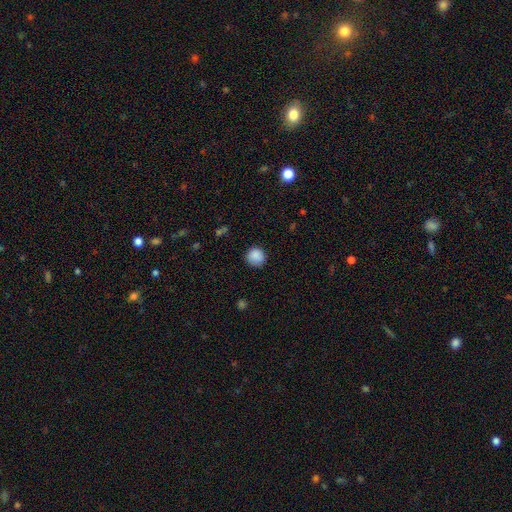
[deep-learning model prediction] Overall: smooth (88%). How rounded: round (92%). Merging: none (86%).